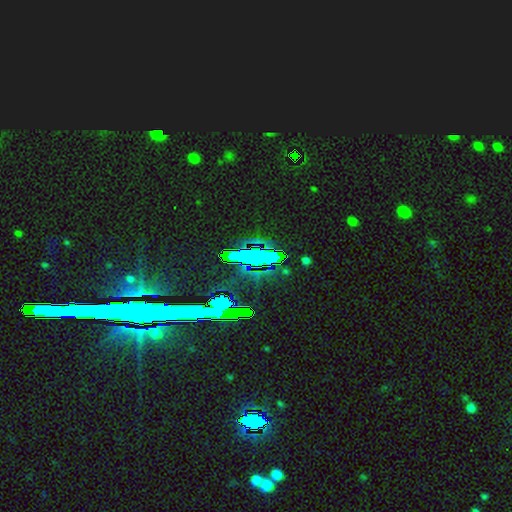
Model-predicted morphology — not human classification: smooth_or_featured: star or artifact (p=0.73) [alt: smooth p=0.16]